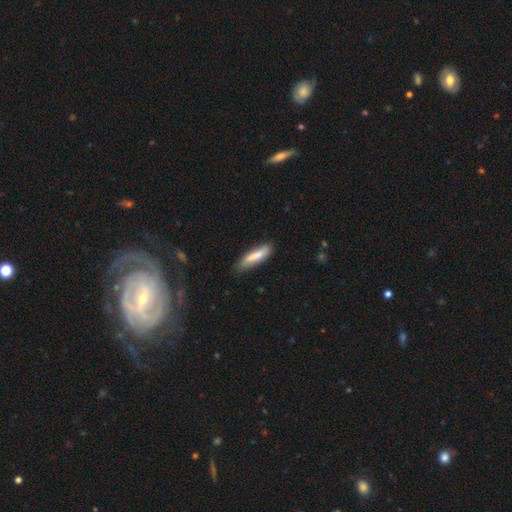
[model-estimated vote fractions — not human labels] Q: Smooth or featured?
A: smooth (76%); runner-up: featured or disk (18%)
Q: How rounded?
A: cigar-shaped (70%); runner-up: in between (29%)
Q: Merging?
A: none (70%); runner-up: minor disturbance (23%)